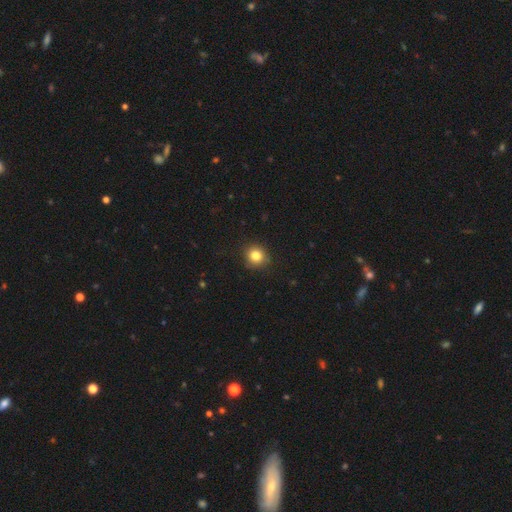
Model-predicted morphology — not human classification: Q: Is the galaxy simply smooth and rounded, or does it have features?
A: smooth — 83%.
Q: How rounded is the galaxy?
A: round — 86%.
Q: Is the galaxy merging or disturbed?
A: none — 87%.